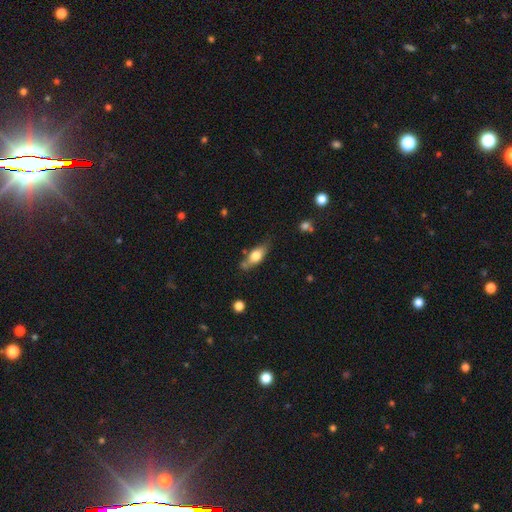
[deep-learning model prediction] The model was most divided on "smooth or featured": smooth: 60%, featured or disk: 33%, star or artifact: 7%. More confident: how rounded — in between (68%); merging — none (66%).